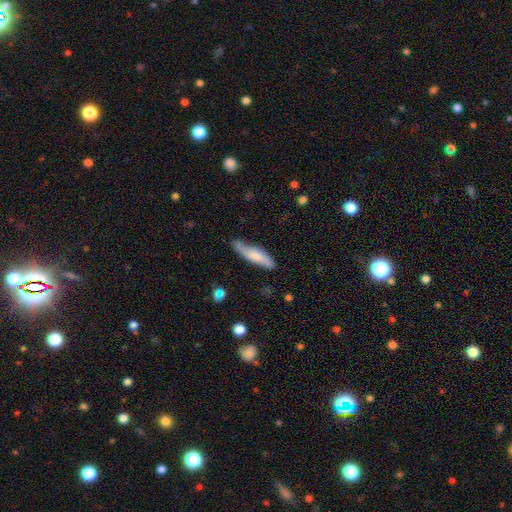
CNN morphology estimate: Smooth or featured? Predicted: smooth (p=0.58). How rounded? Predicted: cigar-shaped (p=0.66). Merging? Predicted: none (p=0.63).